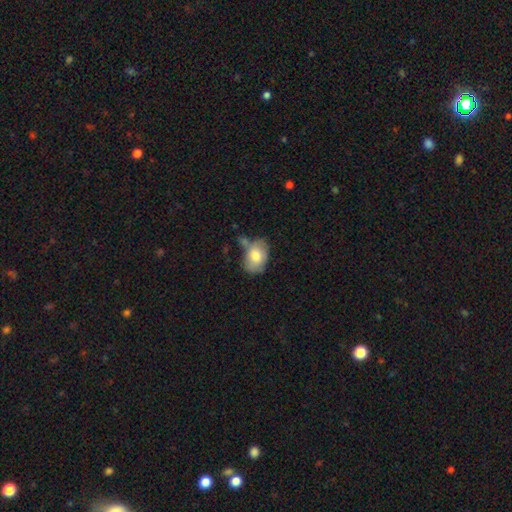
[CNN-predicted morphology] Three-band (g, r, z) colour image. It shows a smooth galaxy with no disk features (74%) that is in between round and cigar-shaped (77%). Merging: none (47%).